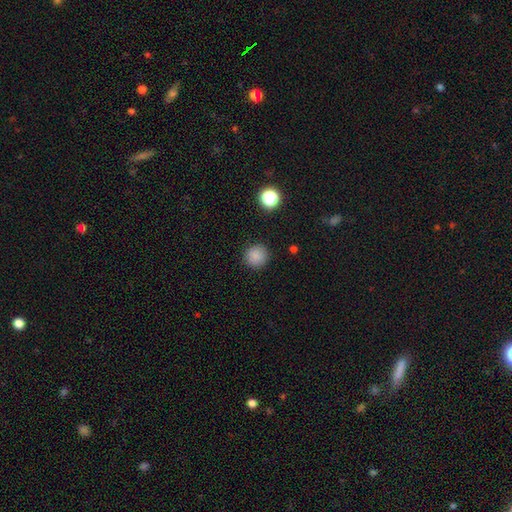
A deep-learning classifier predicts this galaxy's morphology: This is clearly a smooth galaxy (86%). How rounded: clearly round (94%). Merging: clearly none (90%).